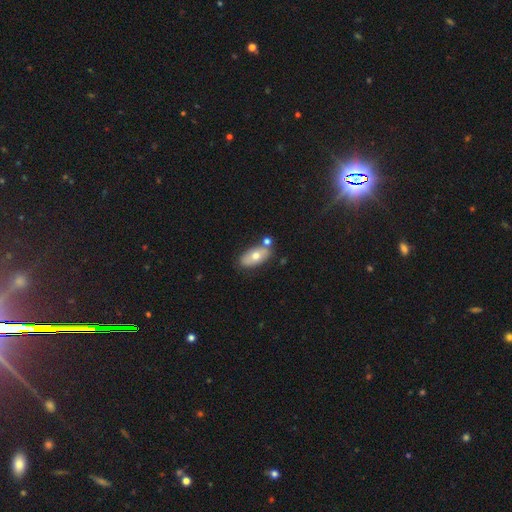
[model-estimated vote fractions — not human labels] Overall: smooth (65%; featured or disk 28%). How rounded: in between (89%). Merging: none (65%).